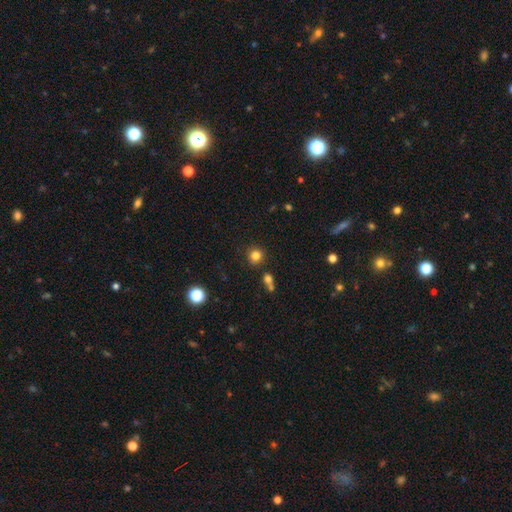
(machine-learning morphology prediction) Smooth or featured? smooth (81%)
How rounded? round (91%)
Merging? none (84%)